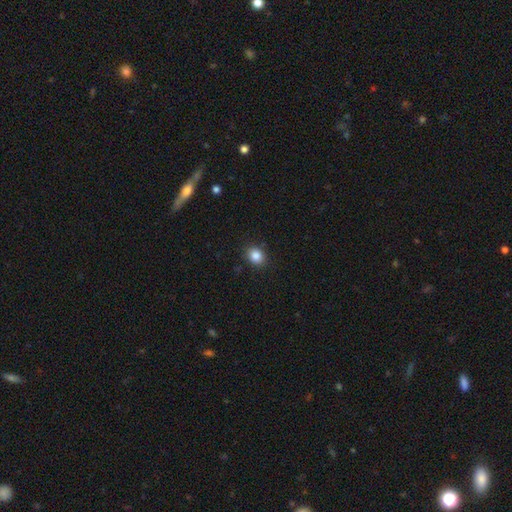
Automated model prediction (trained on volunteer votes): Smooth or featured: smooth — 86% (star or artifact — 10%)
How rounded: round — 58% (in between — 41%)
Merging: none — 87% (minor disturbance — 9%)